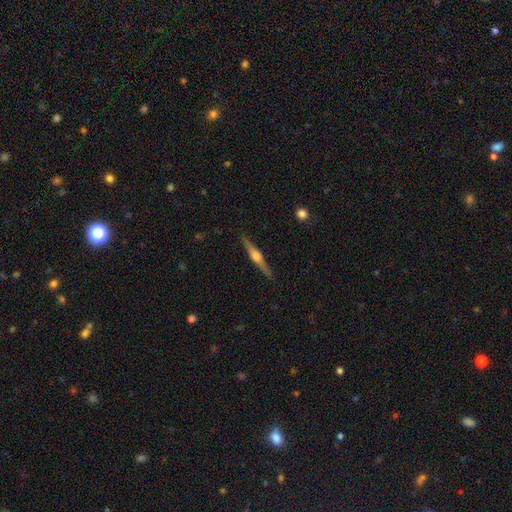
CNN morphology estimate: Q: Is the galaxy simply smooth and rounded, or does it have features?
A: featured or disk — 79%.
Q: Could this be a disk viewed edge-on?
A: yes — 98%.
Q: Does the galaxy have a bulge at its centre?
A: rounded — 86%.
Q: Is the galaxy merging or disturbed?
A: none — 91%.